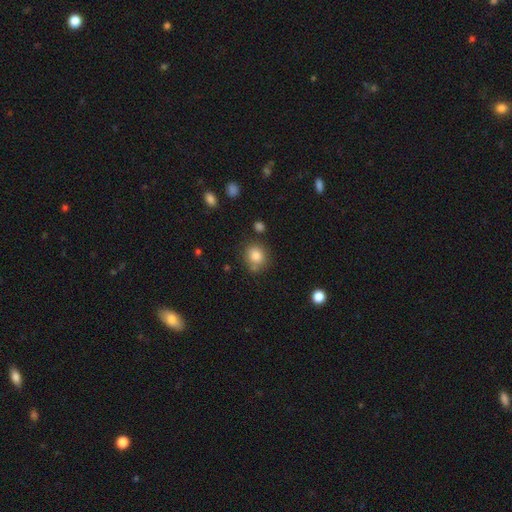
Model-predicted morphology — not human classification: smooth_or_featured: smooth (p=0.83) [alt: star or artifact p=0.10]
how_rounded: round (p=0.73) [alt: in between p=0.26]
merging: none (p=0.71) [alt: minor disturbance p=0.16]